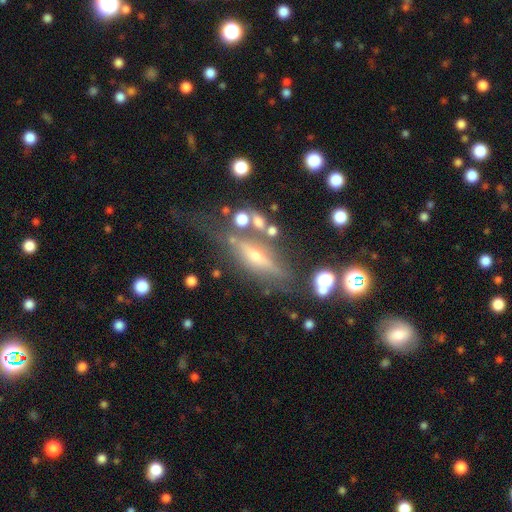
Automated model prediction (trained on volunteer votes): smooth_or_featured: featured or disk (p=0.64) [alt: smooth p=0.23]
disk_edge_on: yes (p=0.84) [alt: no p=0.16]
edge_on_bulge: rounded (p=0.86) [alt: none p=0.09]
merging: none (p=0.61) [alt: minor disturbance p=0.19]